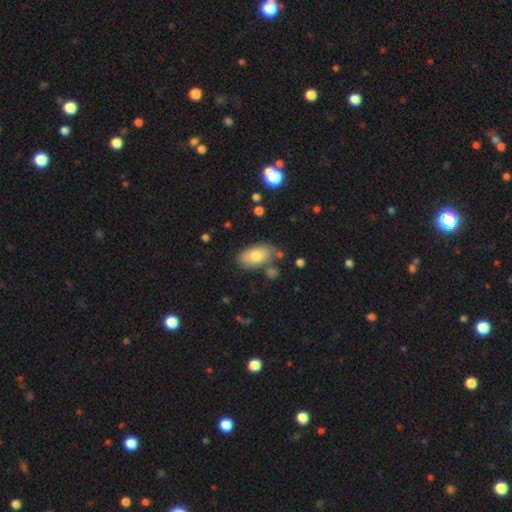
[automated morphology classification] A smooth galaxy with no disk features (76%) that is in between round and cigar-shaped (93%). Merging: none (72%).